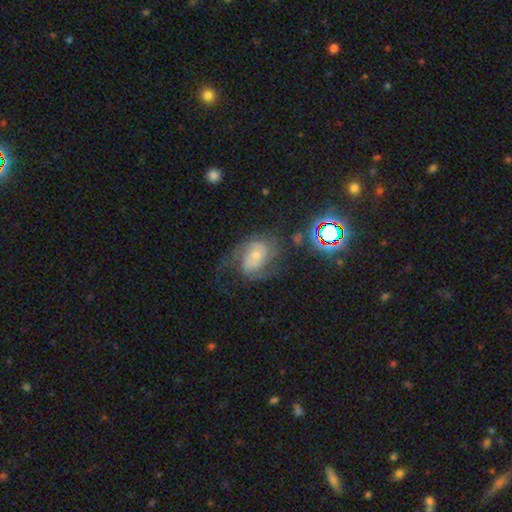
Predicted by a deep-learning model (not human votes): A featured or disk galaxy (73%) with no bar (62%), 2 (58%) medium (48%) spiral arms (91%) and a small central bulge (59%). Merging: none (49%).